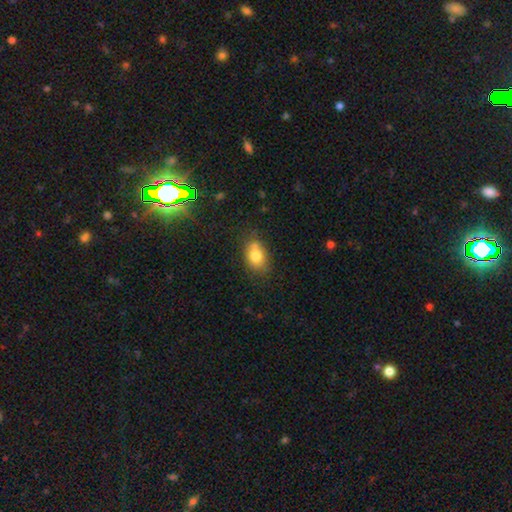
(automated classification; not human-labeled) smooth-or-featured: smooth: 77% | featured or disk: 14% | star or artifact: 9%
  how-rounded: in between: 78% | round: 21% | cigar-shaped: 2%
  merging: none: 61% | minor disturbance: 24% | merger: 9% | major disturbance: 6%